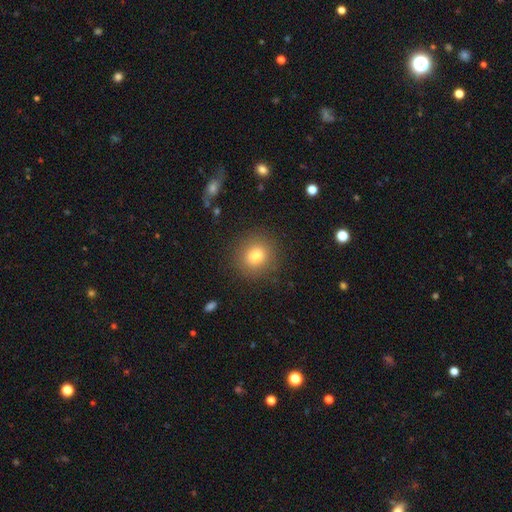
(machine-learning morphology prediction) Smooth or featured? Predicted: smooth (p=0.79). How rounded? Predicted: round (p=0.88). Merging? Predicted: none (p=0.88).